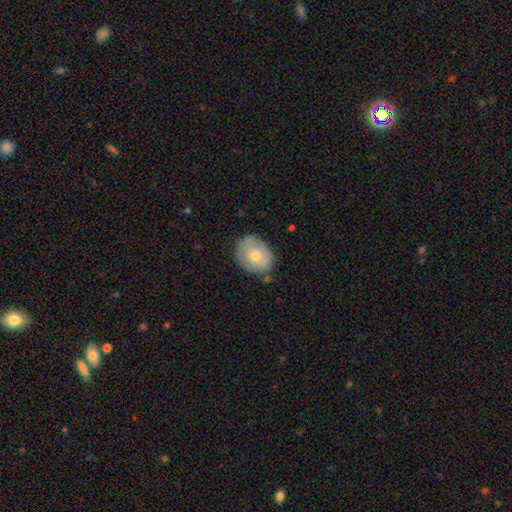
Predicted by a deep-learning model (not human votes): This is possibly a smooth galaxy (55%). How rounded: possibly round (60%). Merging: likely none (74%).